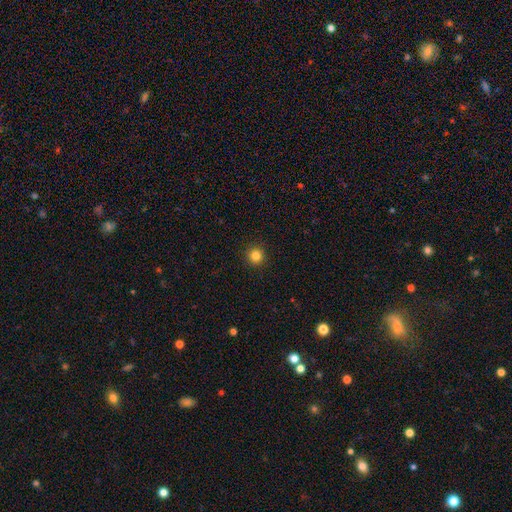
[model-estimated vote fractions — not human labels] Smooth or featured? smooth (83%)
How rounded? round (96%)
Merging? none (93%)